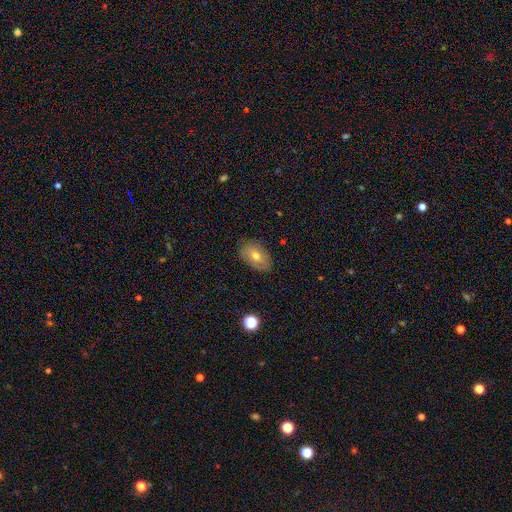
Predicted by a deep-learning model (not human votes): Q: Smooth or featured?
A: smooth (67%); runner-up: featured or disk (24%)
Q: How rounded?
A: in between (87%); runner-up: round (11%)
Q: Merging?
A: none (83%); runner-up: minor disturbance (13%)